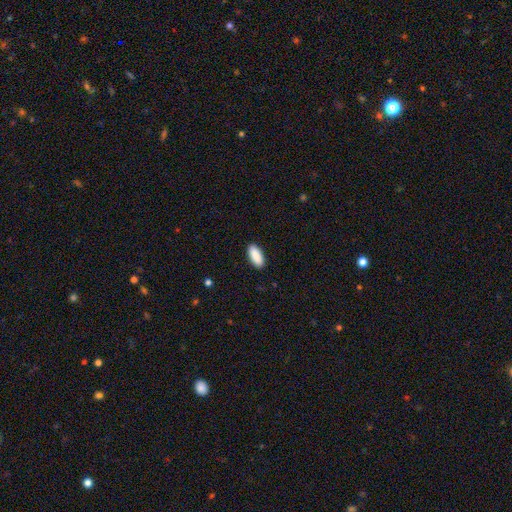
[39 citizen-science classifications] Q: Smooth or featured?
A: smooth (90%); runner-up: featured or disk (5%)
Q: How rounded?
A: in between (83%); runner-up: cigar-shaped (17%)
Q: Merging?
A: none (86%); runner-up: minor disturbance (14%)